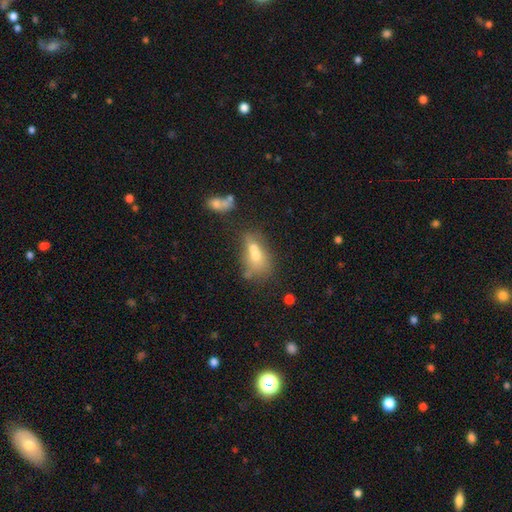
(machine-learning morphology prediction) smooth 57%, featured or disk 27%, star or artifact 16%. Down the decision tree: how rounded — in between (71%); merging — merger (46%).